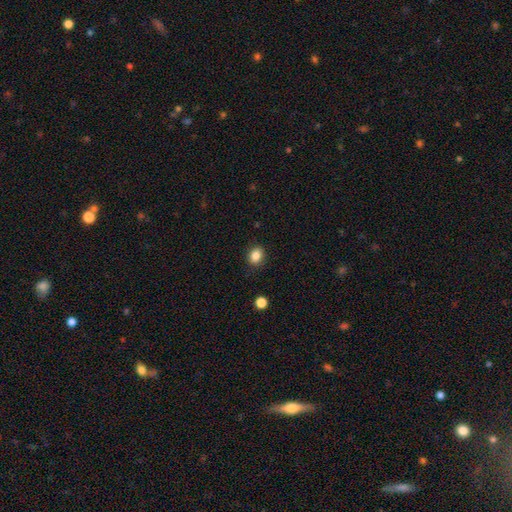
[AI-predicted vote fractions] Smooth or featured: smooth — 85% (star or artifact — 10%)
How rounded: round — 51% (in between — 48%)
Merging: none — 88% (minor disturbance — 8%)